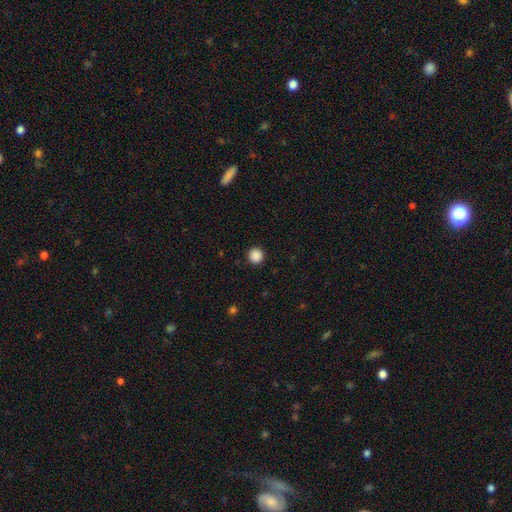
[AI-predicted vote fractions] Overall: smooth (88%). How rounded: round (95%). Merging: none (93%).